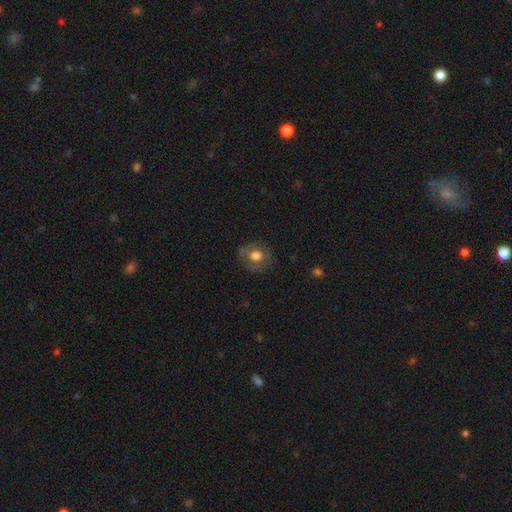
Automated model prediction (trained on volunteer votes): A smooth galaxy with no disk features (58%) that is round (78%). Merging: none (78%).